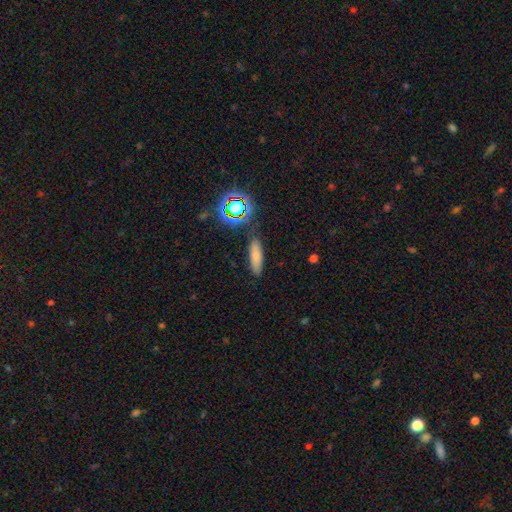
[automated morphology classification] Smooth or featured?
  - smooth: 73% *
  - star or artifact: 15%
  - featured or disk: 12%
How rounded?
  - cigar-shaped: 63% *
  - in between: 33%
  - round: 4%
Merging?
  - none: 82% *
  - minor disturbance: 11%
  - merger: 3%
  - major disturbance: 3%